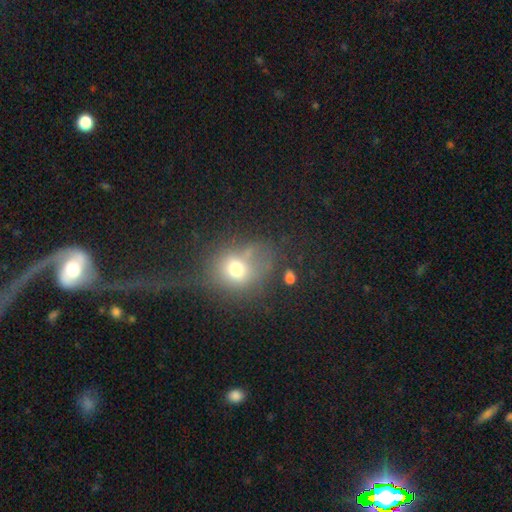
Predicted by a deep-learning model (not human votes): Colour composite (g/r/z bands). It shows a smooth galaxy with no disk features (49%). Merging: none (43%).